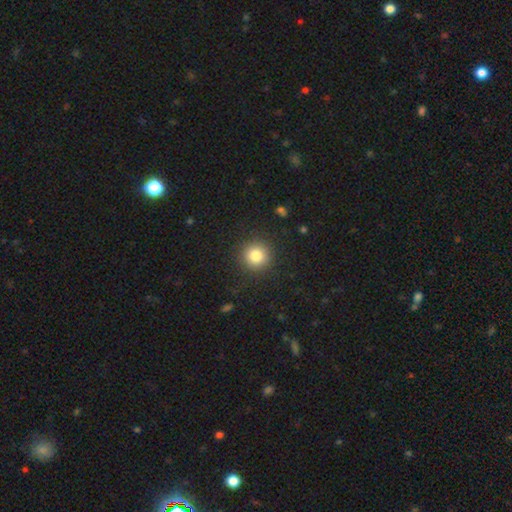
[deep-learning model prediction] The model was most divided on "smooth or featured": smooth: 82%, star or artifact: 11%, featured or disk: 7%. More confident: how rounded — round (94%); merging — none (90%).